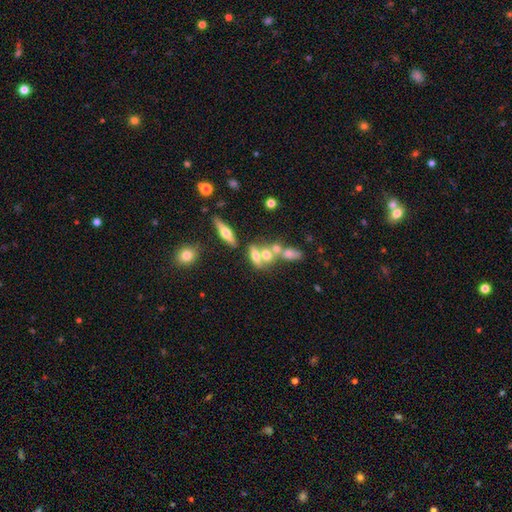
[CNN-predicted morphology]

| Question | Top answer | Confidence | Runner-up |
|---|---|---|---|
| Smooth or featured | smooth | 50% | featured or disk (36%) |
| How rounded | in between | 63% | round (21%) |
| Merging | merger | 51% | none (32%) |